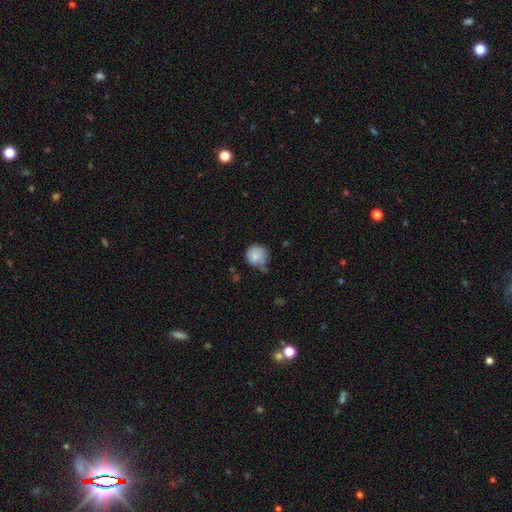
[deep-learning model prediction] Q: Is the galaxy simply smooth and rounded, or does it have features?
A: smooth — 82%.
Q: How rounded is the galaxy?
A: round — 89%.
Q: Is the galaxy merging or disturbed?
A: none — 55%.